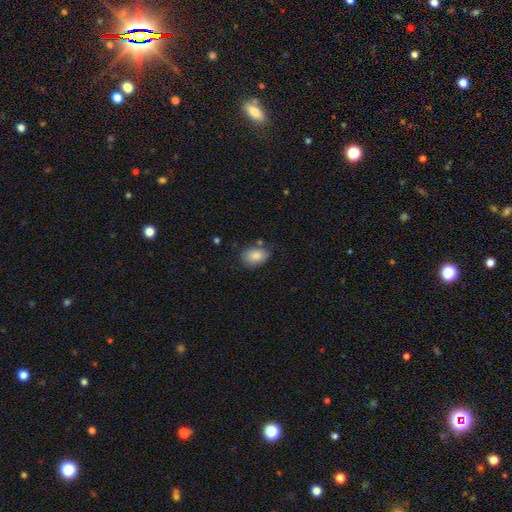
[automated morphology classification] Smooth or featured? Predicted: smooth (p=0.85). How rounded? Predicted: in between (p=0.79). Merging? Predicted: none (p=0.70).